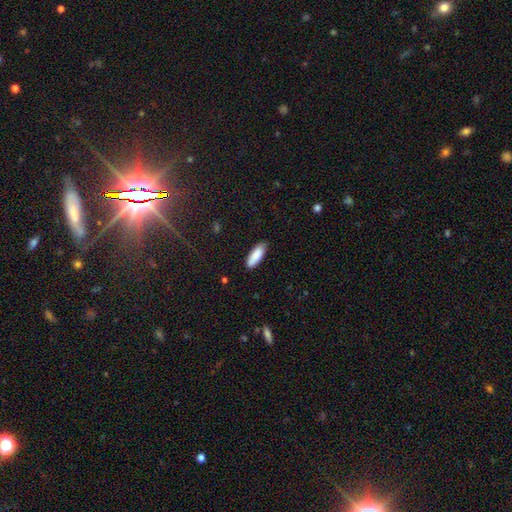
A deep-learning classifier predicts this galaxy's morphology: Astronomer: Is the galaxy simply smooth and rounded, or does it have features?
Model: smooth — 88%.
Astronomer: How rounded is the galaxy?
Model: in between — 67%.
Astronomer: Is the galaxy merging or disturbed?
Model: none — 84%.